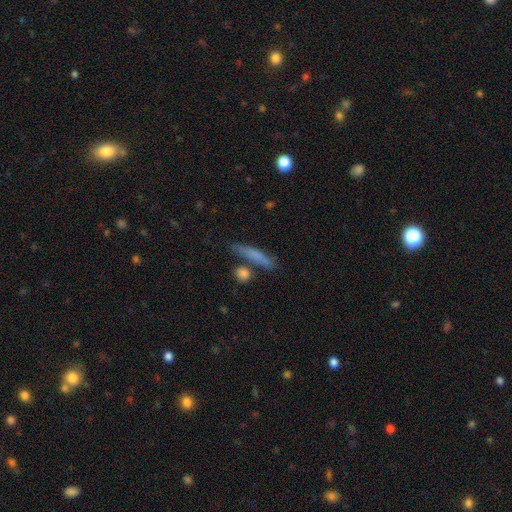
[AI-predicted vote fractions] Smooth or featured? smooth (67%)
How rounded? cigar-shaped (86%)
Merging? none (71%)